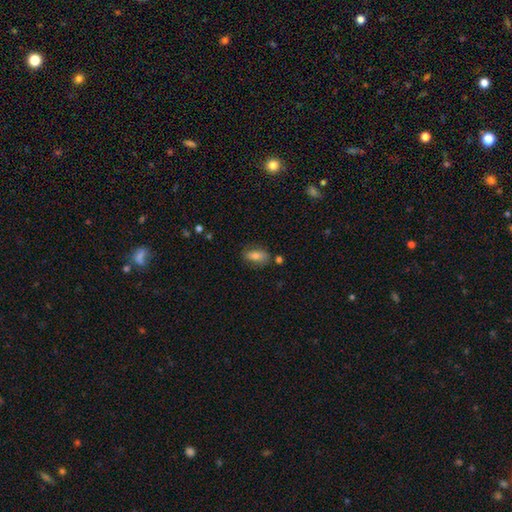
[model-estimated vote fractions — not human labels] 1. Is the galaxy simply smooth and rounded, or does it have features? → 75% smooth, 17% featured or disk, 8% star or artifact.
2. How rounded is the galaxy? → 85% in between, 9% cigar-shaped, 6% round.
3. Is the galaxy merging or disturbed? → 76% none, 16% minor disturbance, 5% merger, 4% major disturbance.